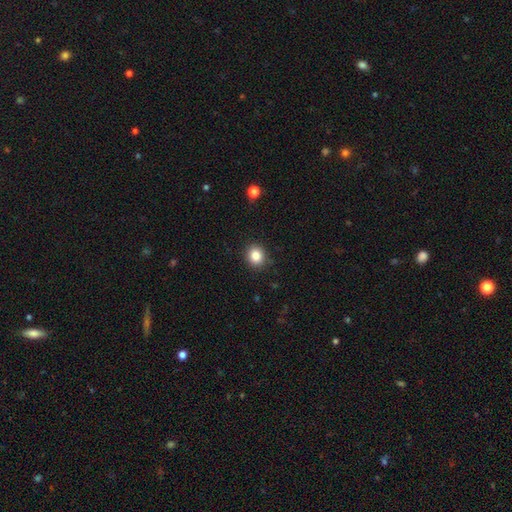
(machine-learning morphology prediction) smooth_or_featured: smooth (p=0.84) [alt: star or artifact p=0.10]
how_rounded: round (p=0.82) [alt: in between p=0.17]
merging: none (p=0.89) [alt: minor disturbance p=0.07]